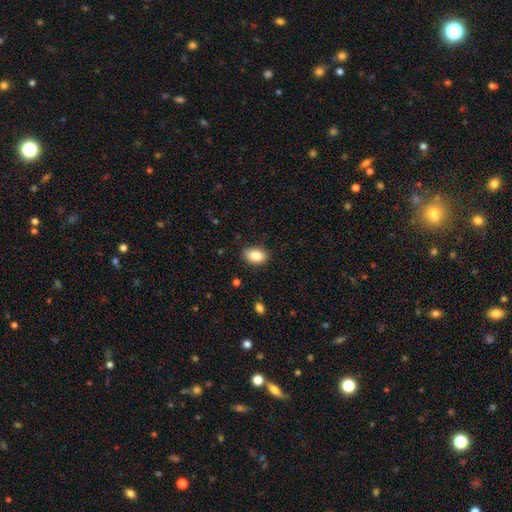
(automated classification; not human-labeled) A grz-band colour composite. It shows a smooth galaxy with no disk features (87%) that is in between round and cigar-shaped (90%). Merging: none (82%).